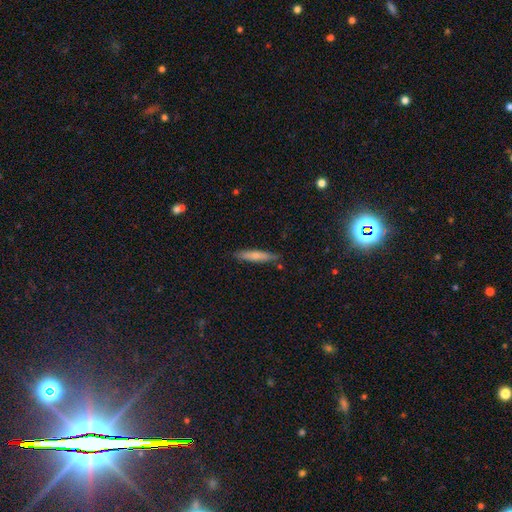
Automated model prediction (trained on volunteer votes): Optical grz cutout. It shows a smooth galaxy with no disk features (69%) that is cigar-shaped (85%). Merging: none (82%).